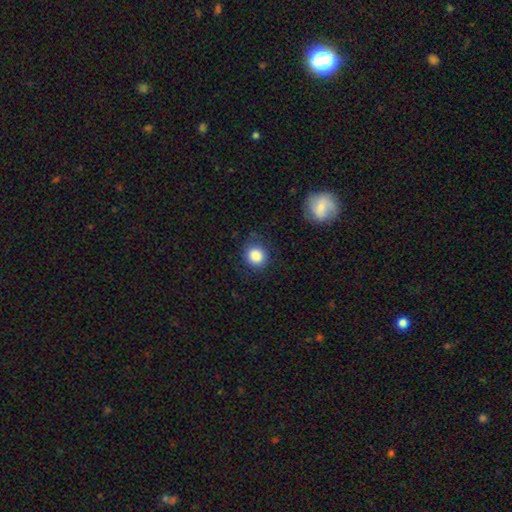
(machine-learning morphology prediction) A smooth galaxy with no disk features (86%) that is round (82%).

Vote fractions:
- Smooth or featured? smooth: 86% / star or artifact: 9% / featured or disk: 5%
- How rounded? round: 82% / in between: 17% / cigar-shaped: 1%
- Merging? none: 80% / minor disturbance: 14% / major disturbance: 5% / merger: 2%